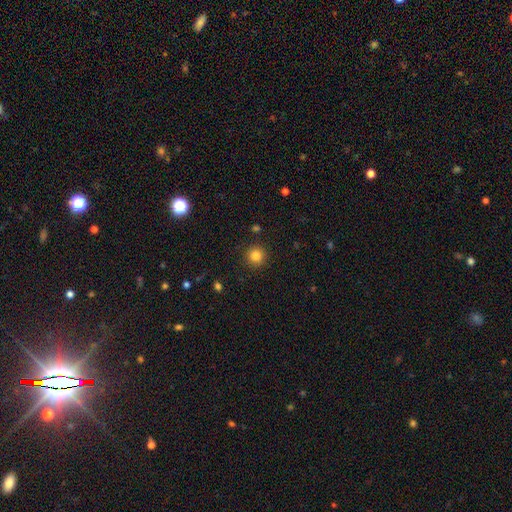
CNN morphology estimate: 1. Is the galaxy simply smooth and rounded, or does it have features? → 83% smooth, 12% star or artifact, 5% featured or disk.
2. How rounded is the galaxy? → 95% round, 5% in between, 1% cigar-shaped.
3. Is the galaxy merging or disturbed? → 91% none, 6% minor disturbance, 2% major disturbance, 1% merger.